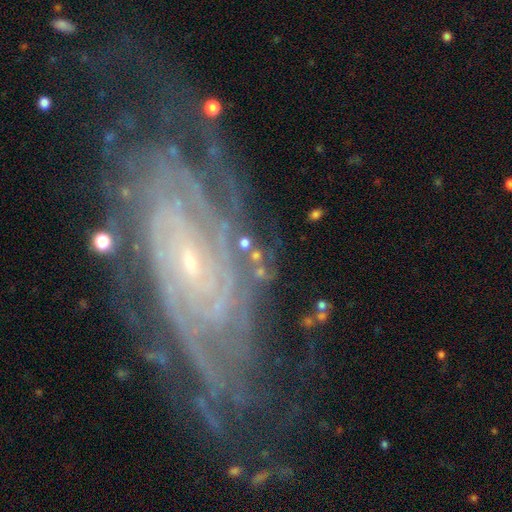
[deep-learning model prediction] This appears to be a featured or disk galaxy (87%) with no bar (50%), tight (78%) spiral arms (98%) and a small central bulge (81%). Merging: none (70%).